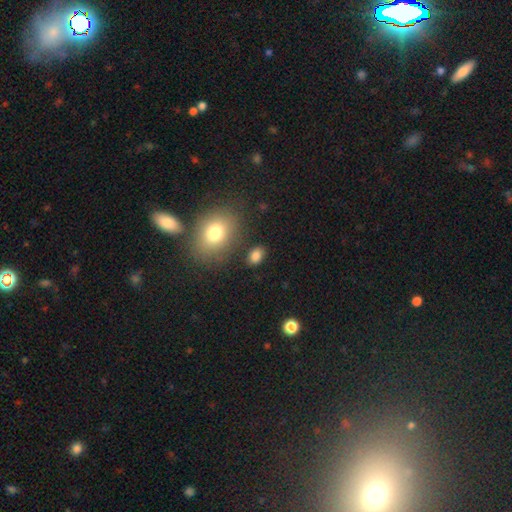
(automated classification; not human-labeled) smooth_or_featured: smooth (p=0.83) [alt: star or artifact p=0.11]
how_rounded: in between (p=0.83) [alt: round p=0.15]
merging: none (p=0.82) [alt: minor disturbance p=0.10]